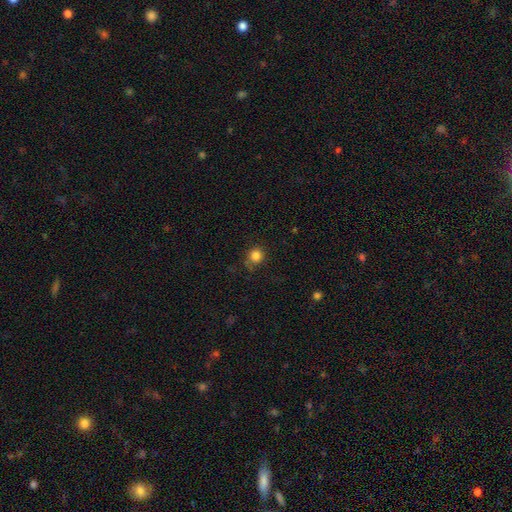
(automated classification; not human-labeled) This is clearly a smooth galaxy (83%). How rounded: clearly round (90%). Merging: likely none (77%).